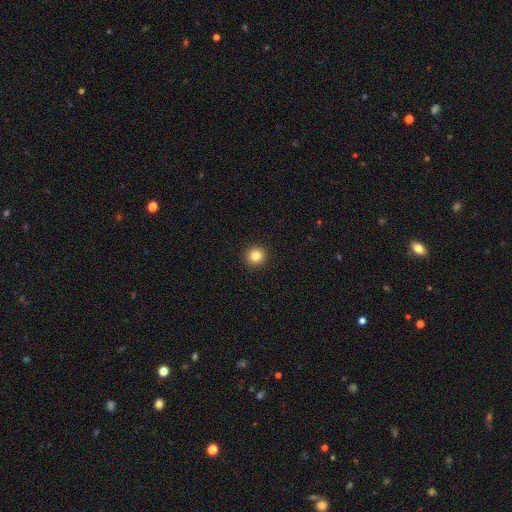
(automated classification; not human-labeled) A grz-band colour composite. It shows a smooth galaxy with no disk features (84%) that is round (94%). Merging: none (93%).